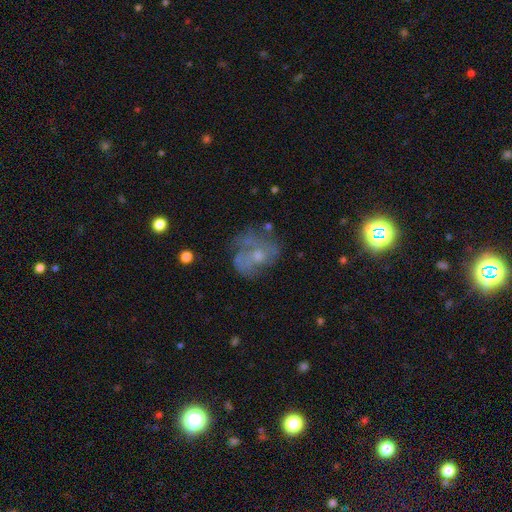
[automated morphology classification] A featured or disk galaxy (58%) with no bar (82%), no spiral arms (51%) and a small central bulge (52%). Merging: none (46%).